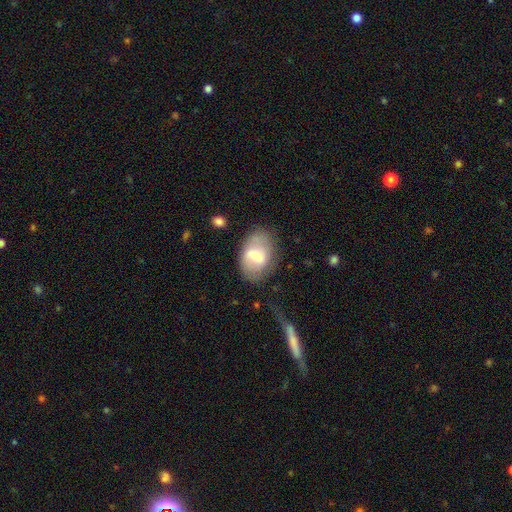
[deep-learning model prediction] A smooth galaxy with no disk features (59%) that is in between round and cigar-shaped (83%).

Vote fractions:
- Smooth or featured? smooth: 59% / featured or disk: 34% / star or artifact: 7%
- How rounded? in between: 83% / round: 16% / cigar-shaped: 1%
- Merging? none: 68% / minor disturbance: 21% / major disturbance: 9% / merger: 2%